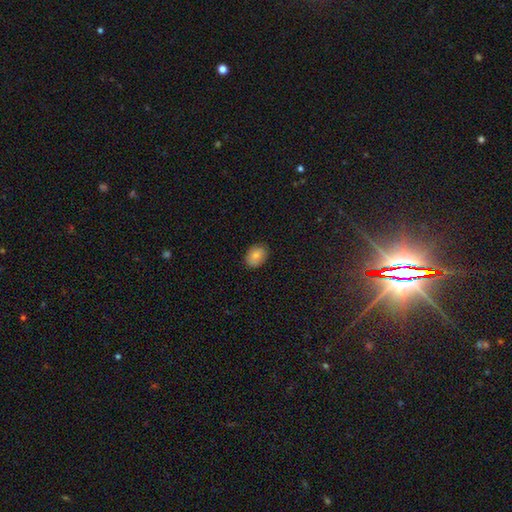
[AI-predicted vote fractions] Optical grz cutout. It shows a smooth galaxy with no disk features (82%) that is in between round and cigar-shaped (68%). Merging: none (88%).